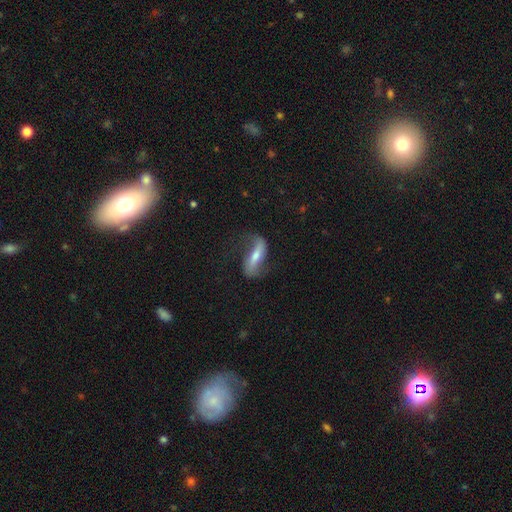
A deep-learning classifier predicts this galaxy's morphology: smooth-or-featured: featured or disk: 69% | smooth: 23% | star or artifact: 8%
  disk-edge-on: no: 79% | yes: 21%
    bar: strong: 52% | weak: 28% | no: 20%
    has-spiral-arms: yes: 87% | no: 13%
    bulge-size: moderate: 49% | small: 39% | large: 6% | none: 4% | dominant: 2%
  merging: none: 62% | minor disturbance: 20% | major disturbance: 16% | merger: 2%